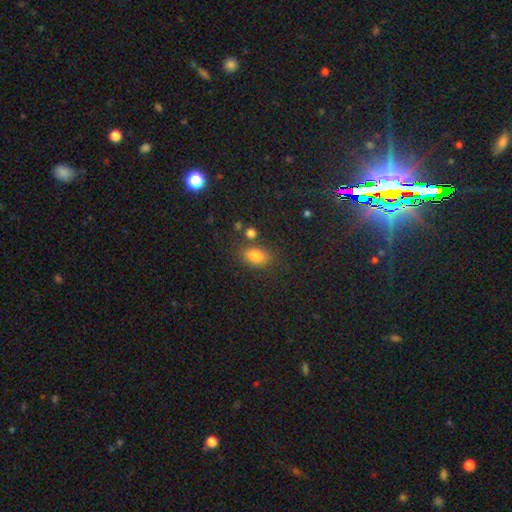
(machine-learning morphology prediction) type=smooth (80%); roundness=in between (78%); merging=none (74%).